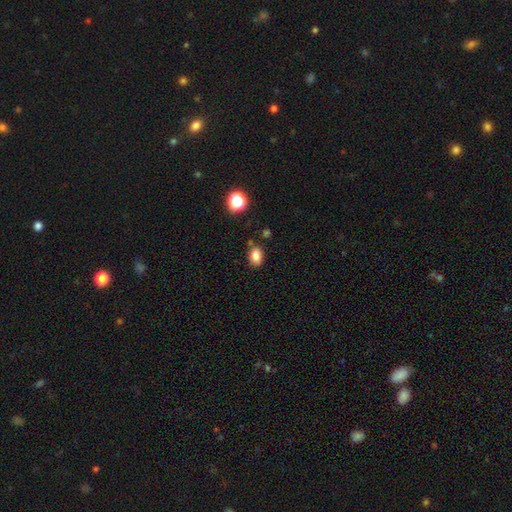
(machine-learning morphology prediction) Overall: smooth (84%). How rounded: in between (74%). Merging: none (78%).